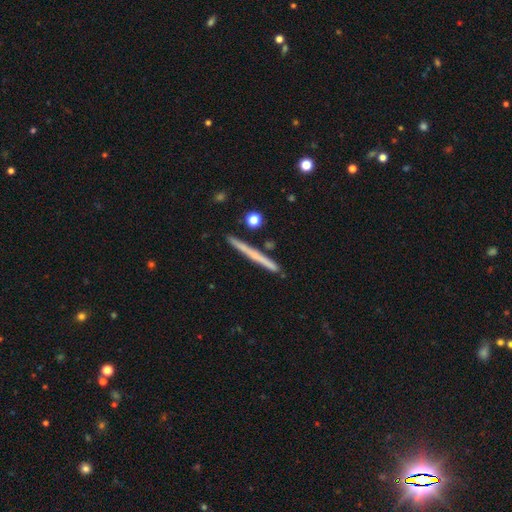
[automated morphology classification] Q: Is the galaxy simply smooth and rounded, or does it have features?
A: featured or disk — 47%.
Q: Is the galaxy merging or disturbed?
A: none — 89%.